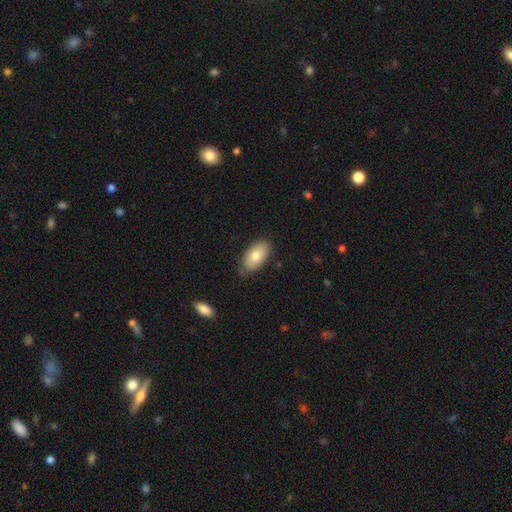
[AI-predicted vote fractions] Overall: smooth (78%). How rounded: in between (94%). Merging: none (76%).